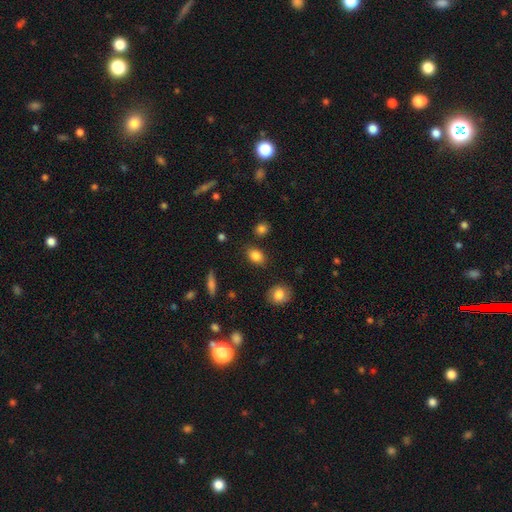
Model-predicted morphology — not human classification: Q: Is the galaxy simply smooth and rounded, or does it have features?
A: smooth — 84%.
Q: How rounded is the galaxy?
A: in between — 75%.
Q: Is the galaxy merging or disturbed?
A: none — 84%.